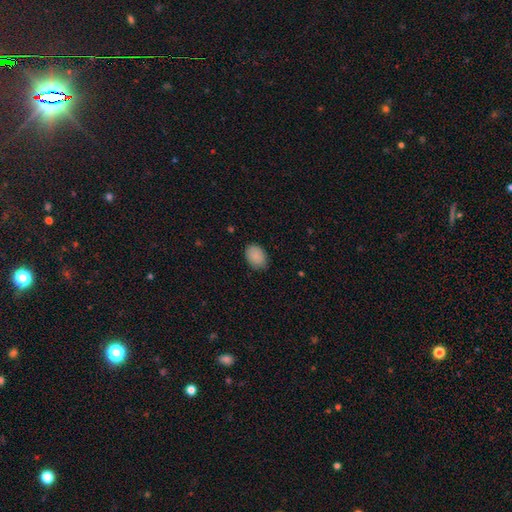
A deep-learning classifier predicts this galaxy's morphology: smooth_or_featured: smooth (p=0.89) [alt: star or artifact p=0.07]
how_rounded: in between (p=0.77) [alt: round p=0.22]
merging: none (p=0.79) [alt: minor disturbance p=0.17]